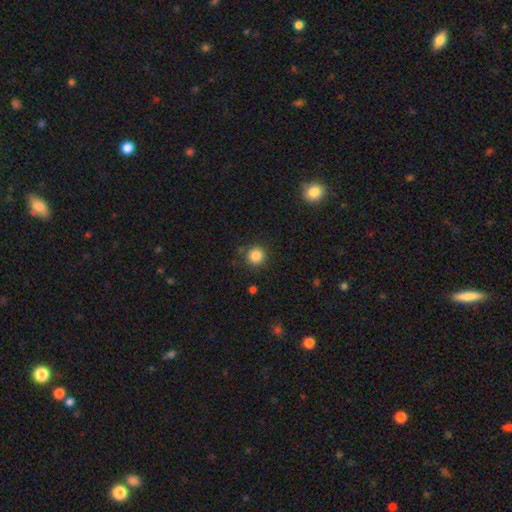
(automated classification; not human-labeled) smooth 85%, star or artifact 11%, featured or disk 4%. Down the decision tree: how rounded — round (94%); merging — none (87%).